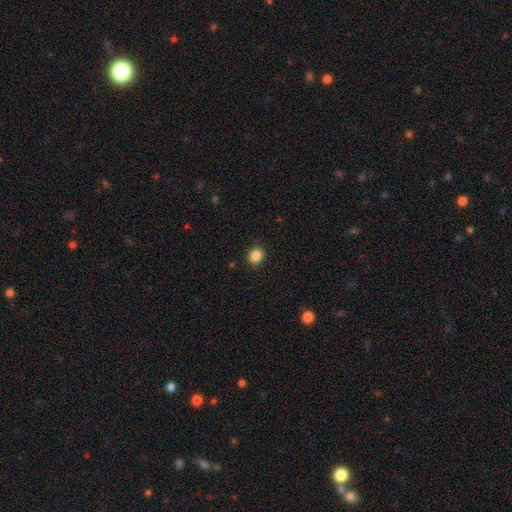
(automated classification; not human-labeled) Q: Smooth or featured?
A: smooth (86%); runner-up: star or artifact (10%)
Q: How rounded?
A: round (60%); runner-up: in between (39%)
Q: Merging?
A: none (90%); runner-up: minor disturbance (7%)